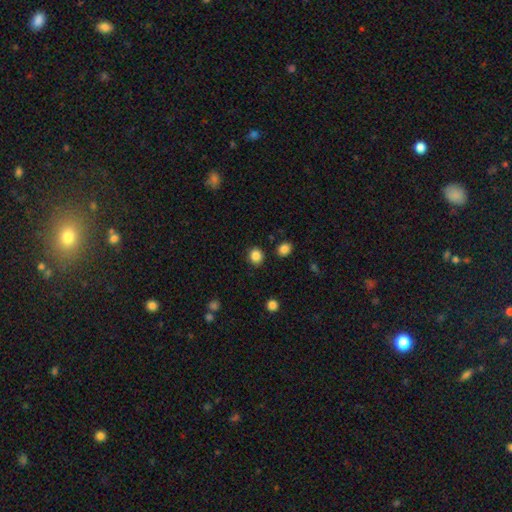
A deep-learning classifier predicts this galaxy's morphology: This is clearly a smooth galaxy (86%). How rounded: clearly round (81%). Merging: clearly none (88%).